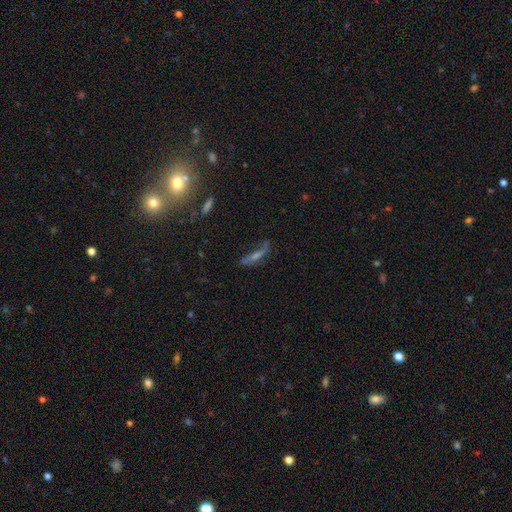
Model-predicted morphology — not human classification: smooth_or_featured: featured or disk (p=0.52) [alt: smooth p=0.28]
disk_edge_on: no (p=0.53) [alt: yes p=0.47]
merging: none (p=0.54) [alt: minor disturbance p=0.21]